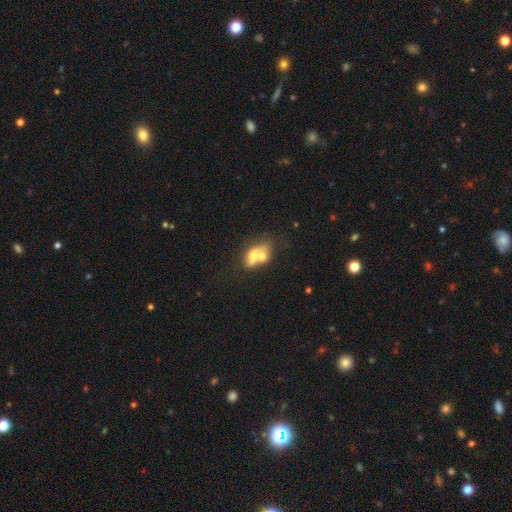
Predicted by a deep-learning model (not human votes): Q: Smooth or featured?
A: smooth (54%); runner-up: featured or disk (37%)
Q: How rounded?
A: in between (73%); runner-up: round (22%)
Q: Merging?
A: merger (68%); runner-up: none (17%)